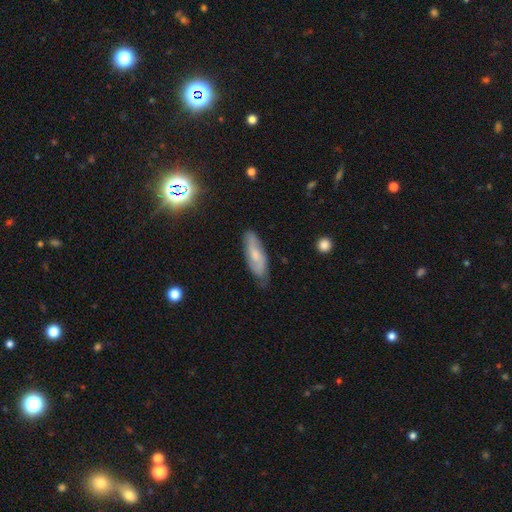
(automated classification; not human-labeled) Smooth or featured? featured or disk (48%)
Merging? none (74%)